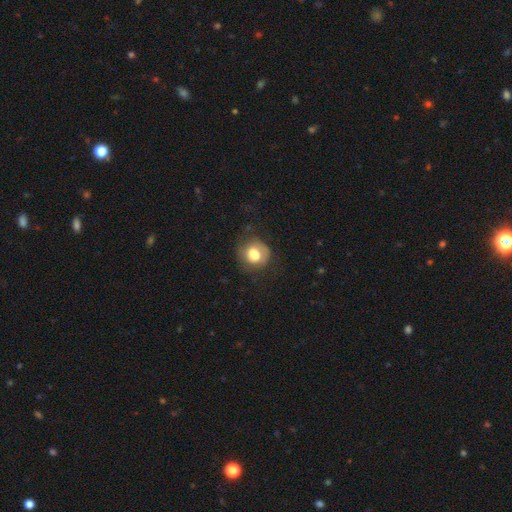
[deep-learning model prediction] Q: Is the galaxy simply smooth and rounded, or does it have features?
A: smooth — 71%.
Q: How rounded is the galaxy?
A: round — 74%.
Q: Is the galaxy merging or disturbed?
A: none — 58%.